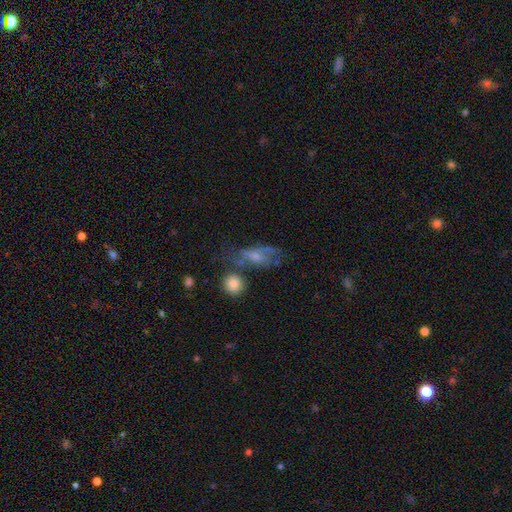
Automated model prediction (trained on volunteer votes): A featured or disk galaxy (45%).

Vote fractions:
- Smooth or featured? featured or disk: 45% / smooth: 43% / star or artifact: 12%
- Merging? none: 38% / major disturbance: 25% / minor disturbance: 22% / merger: 14%